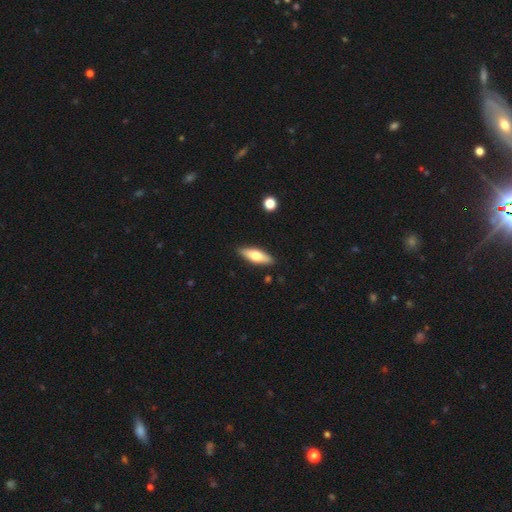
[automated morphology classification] smooth_or_featured: smooth (p=0.62) [alt: featured or disk p=0.33]
how_rounded: in between (p=0.53) [alt: cigar-shaped p=0.45]
merging: none (p=0.88) [alt: minor disturbance p=0.09]